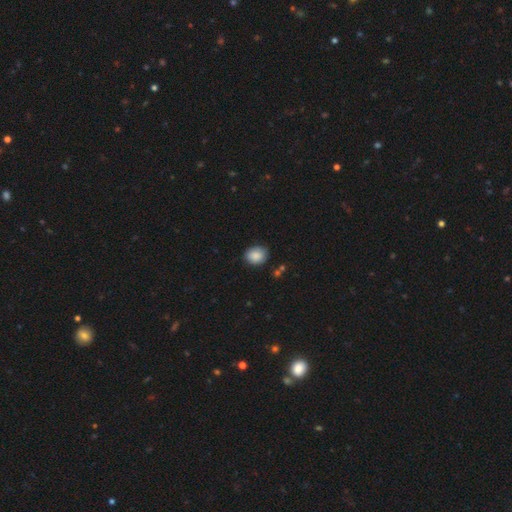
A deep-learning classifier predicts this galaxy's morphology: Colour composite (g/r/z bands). It shows a smooth galaxy with no disk features (87%) that is round (53%). Merging: none (79%).